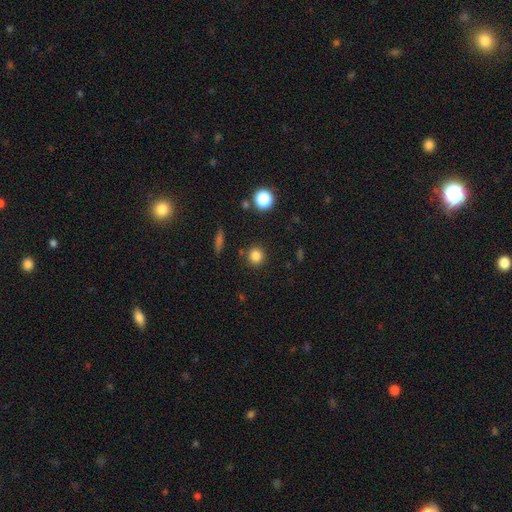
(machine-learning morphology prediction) A smooth galaxy with no disk features (82%) that is round (91%). Merging: none (87%).